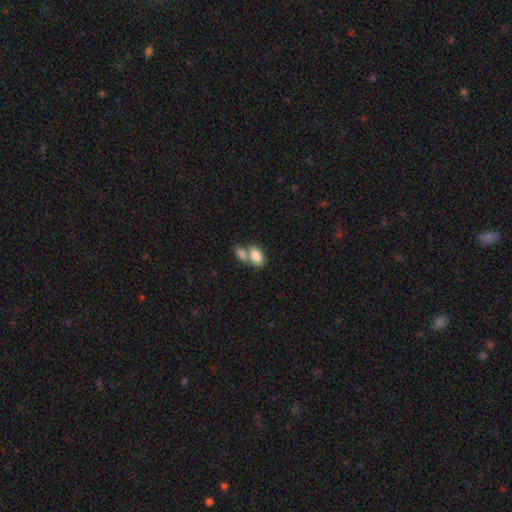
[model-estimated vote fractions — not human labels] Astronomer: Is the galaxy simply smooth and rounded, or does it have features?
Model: smooth — 83%.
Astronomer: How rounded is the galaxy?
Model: in between — 90%.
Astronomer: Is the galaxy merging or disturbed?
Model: merger — 59%.